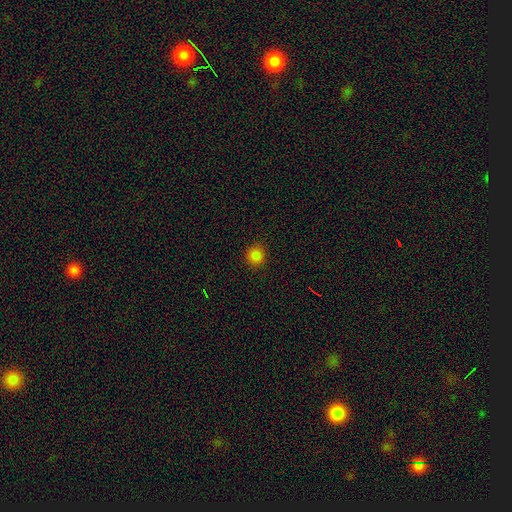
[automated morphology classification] This is clearly a smooth galaxy (83%). How rounded: clearly round (91%). Merging: clearly none (91%).